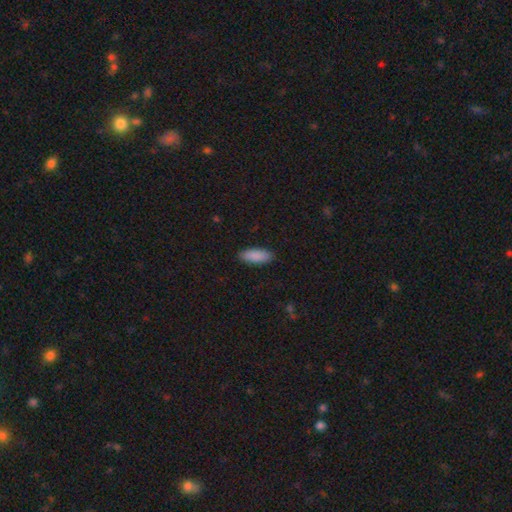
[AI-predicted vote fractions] smooth_or_featured: smooth (p=0.90) [alt: star or artifact p=0.06]
how_rounded: in between (p=0.78) [alt: cigar-shaped p=0.21]
merging: none (p=0.89) [alt: minor disturbance p=0.08]